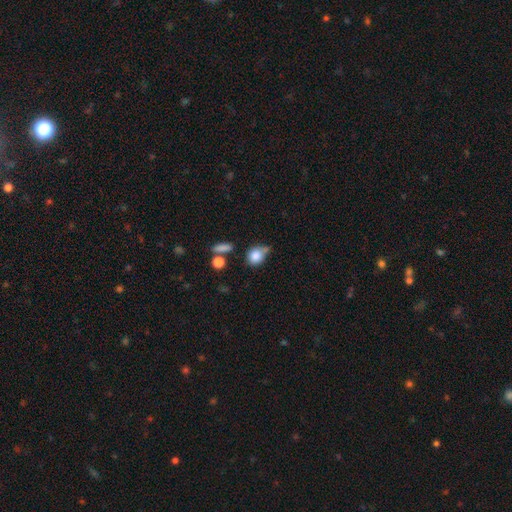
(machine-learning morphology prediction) Q: Smooth or featured?
A: smooth (81%); runner-up: star or artifact (10%)
Q: How rounded?
A: round (64%); runner-up: in between (34%)
Q: Merging?
A: none (47%); runner-up: minor disturbance (26%)